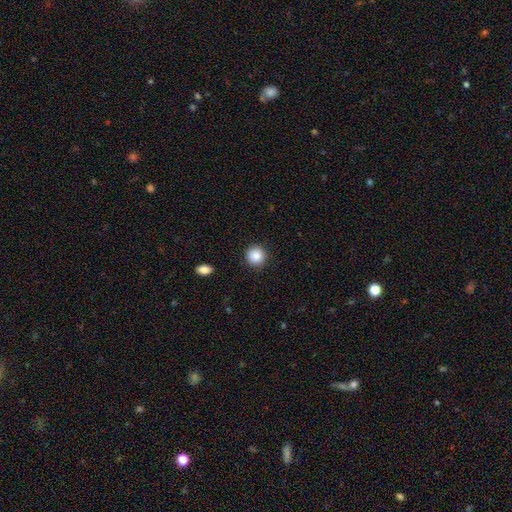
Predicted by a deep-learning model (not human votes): This is clearly a smooth galaxy (88%). How rounded: clearly round (93%). Merging: clearly none (91%).